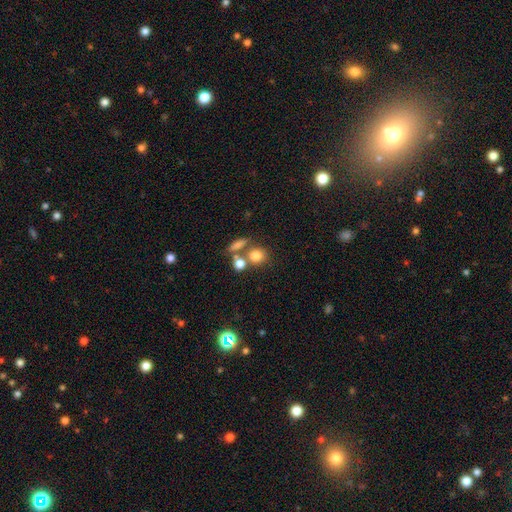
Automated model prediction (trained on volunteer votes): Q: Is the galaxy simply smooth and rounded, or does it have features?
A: smooth — 77%.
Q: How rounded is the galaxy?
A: round — 79%.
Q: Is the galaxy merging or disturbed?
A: none — 55%.